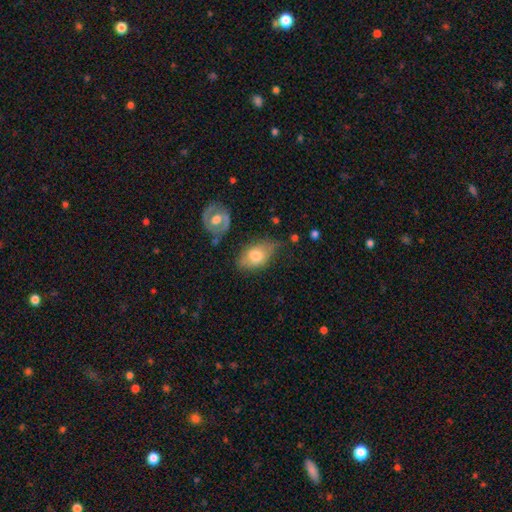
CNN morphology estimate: Smooth or featured?
  - smooth: 67% *
  - featured or disk: 26%
  - star or artifact: 7%
How rounded?
  - in between: 85% *
  - round: 12%
  - cigar-shaped: 3%
Merging?
  - none: 50% *
  - minor disturbance: 33%
  - major disturbance: 11%
  - merger: 6%